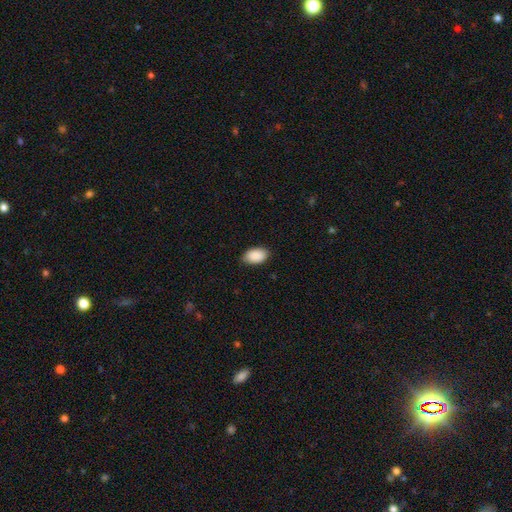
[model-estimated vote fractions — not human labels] Q: Smooth or featured?
A: smooth (91%); runner-up: star or artifact (6%)
Q: How rounded?
A: in between (93%); runner-up: round (6%)
Q: Merging?
A: none (83%); runner-up: minor disturbance (14%)